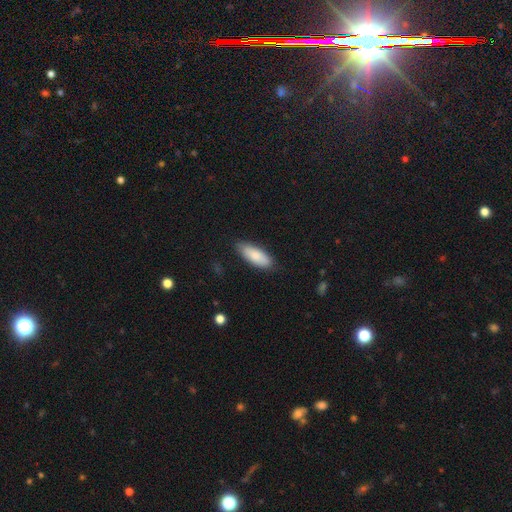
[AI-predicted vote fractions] Overall: smooth (85%). How rounded: in between (74%). Merging: none (82%).